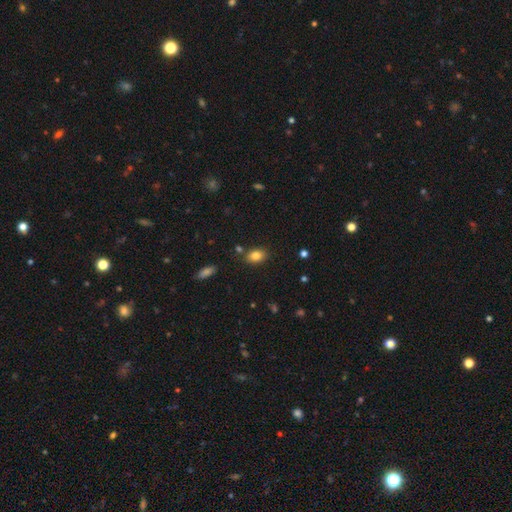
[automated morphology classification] This appears to be a smooth galaxy with no disk features (82%) that is in between round and cigar-shaped (78%). Merging: none (81%).